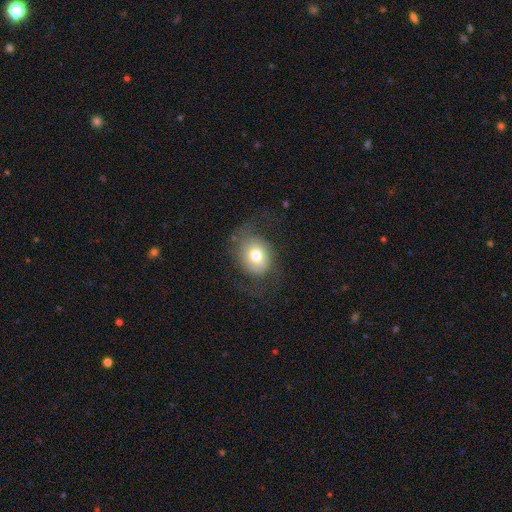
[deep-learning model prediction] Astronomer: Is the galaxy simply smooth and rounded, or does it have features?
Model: smooth — 65%.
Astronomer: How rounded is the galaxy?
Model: round — 55% (runner-up: in between, 44%).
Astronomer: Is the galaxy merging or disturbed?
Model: none — 58%.